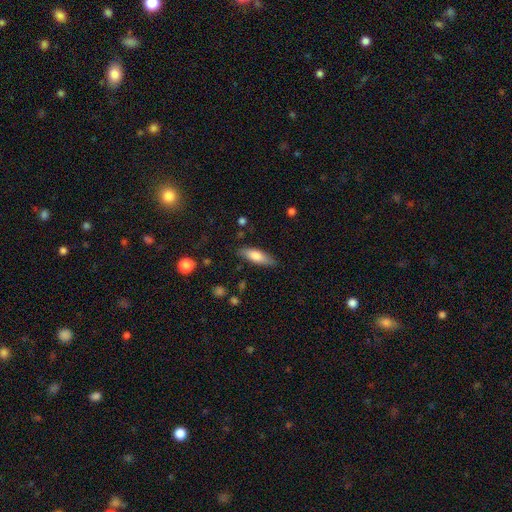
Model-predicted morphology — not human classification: Smooth or featured? Predicted: smooth (p=0.71). How rounded? Predicted: in between (p=0.54). Merging? Predicted: none (p=0.84).